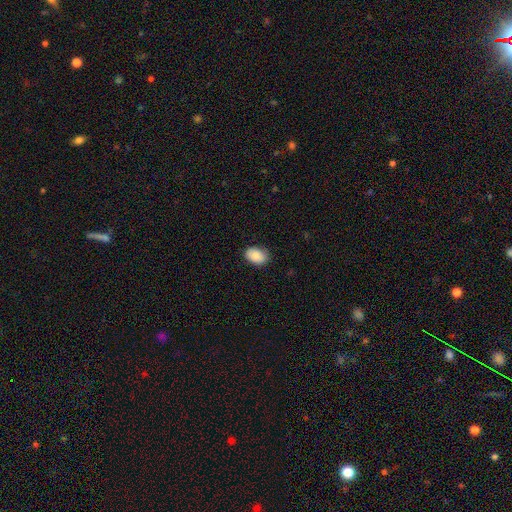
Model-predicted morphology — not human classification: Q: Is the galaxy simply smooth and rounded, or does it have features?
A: smooth — 88%.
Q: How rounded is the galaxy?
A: in between — 86%.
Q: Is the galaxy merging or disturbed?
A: none — 84%.